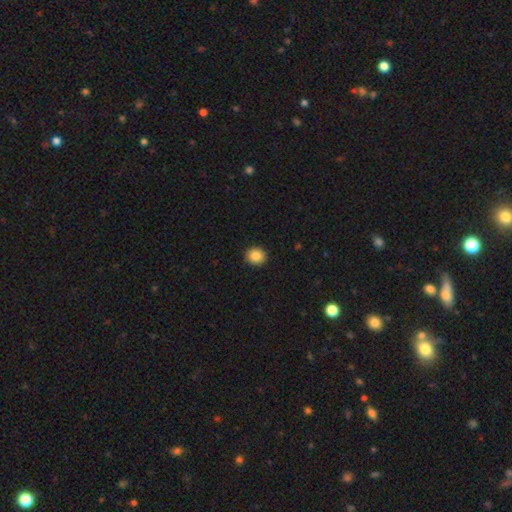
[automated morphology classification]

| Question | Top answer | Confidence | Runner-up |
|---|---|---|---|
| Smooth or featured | smooth | 86% | star or artifact (9%) |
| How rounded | round | 83% | in between (16%) |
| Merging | none | 92% | minor disturbance (5%) |